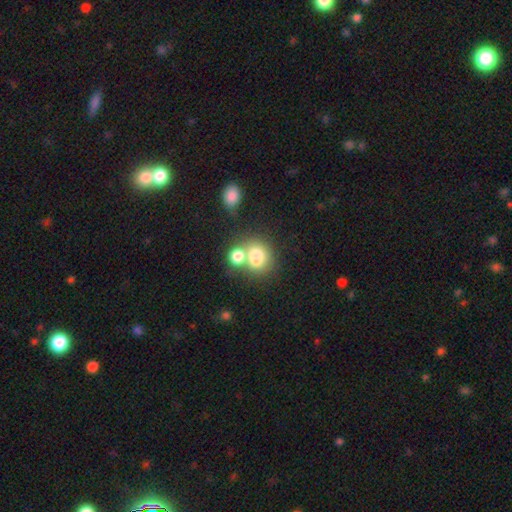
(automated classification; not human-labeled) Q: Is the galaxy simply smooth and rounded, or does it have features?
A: smooth — 73%.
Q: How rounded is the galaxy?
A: round — 59%.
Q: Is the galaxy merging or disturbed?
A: merger — 51%.